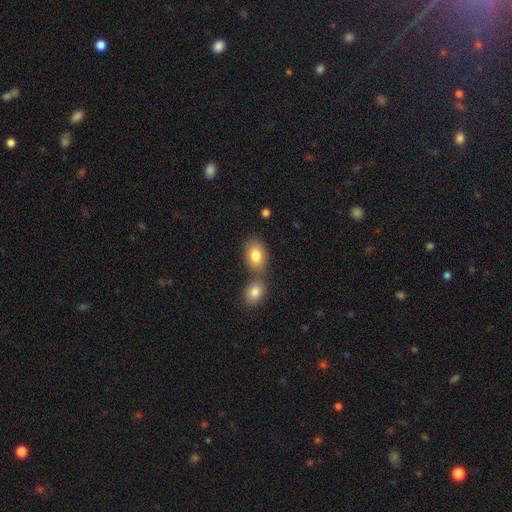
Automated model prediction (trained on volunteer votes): Smooth or featured: smooth — 82% (featured or disk — 11%)
How rounded: in between — 83% (round — 15%)
Merging: none — 51% (merger — 36%)